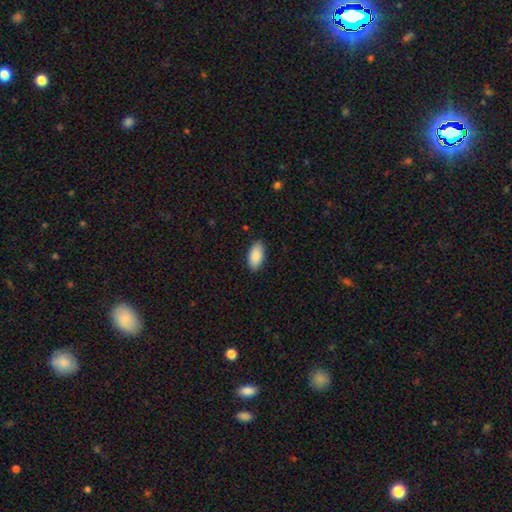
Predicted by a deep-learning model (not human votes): Overall: smooth (89%). How rounded: in between (93%). Merging: none (87%).